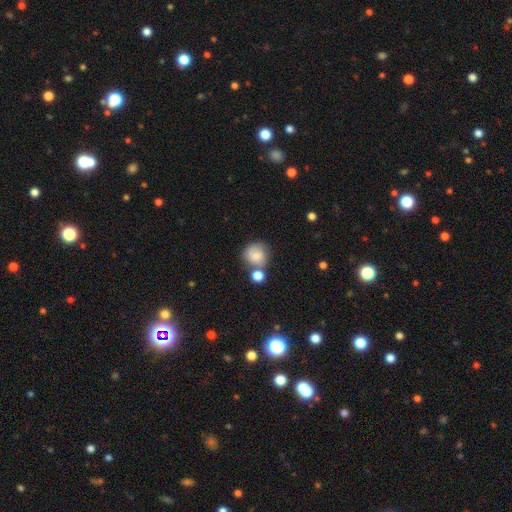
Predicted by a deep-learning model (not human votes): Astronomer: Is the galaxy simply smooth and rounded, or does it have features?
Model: smooth — 79%.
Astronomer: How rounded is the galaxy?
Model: round — 86%.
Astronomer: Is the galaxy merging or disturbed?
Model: none — 54%.